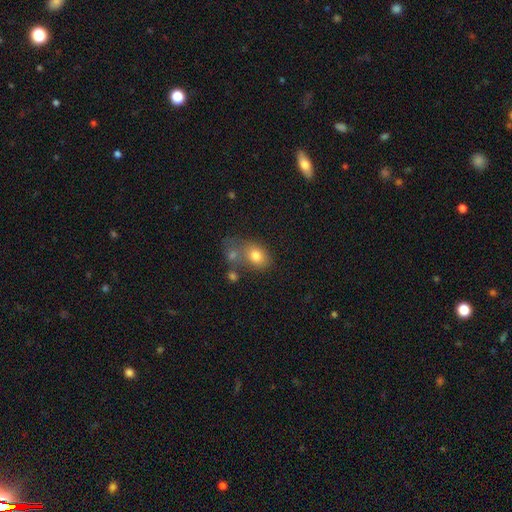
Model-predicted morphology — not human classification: Overall: smooth (78%). How rounded: in between (69%; round 30%). Merging: none (38%; merger 37%).